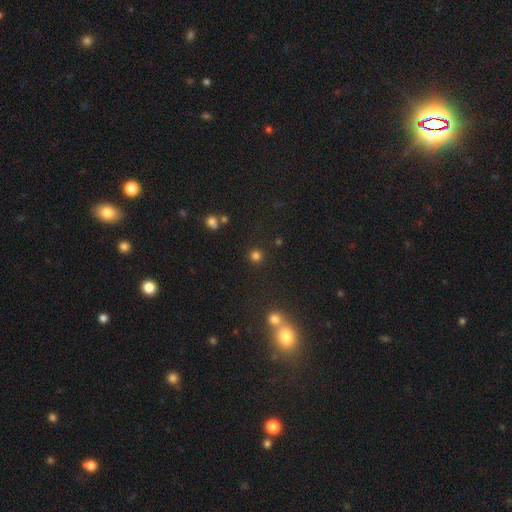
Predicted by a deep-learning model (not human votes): Smooth or featured: smooth — 79% (star or artifact — 17%)
How rounded: round — 93% (in between — 6%)
Merging: none — 89% (minor disturbance — 6%)